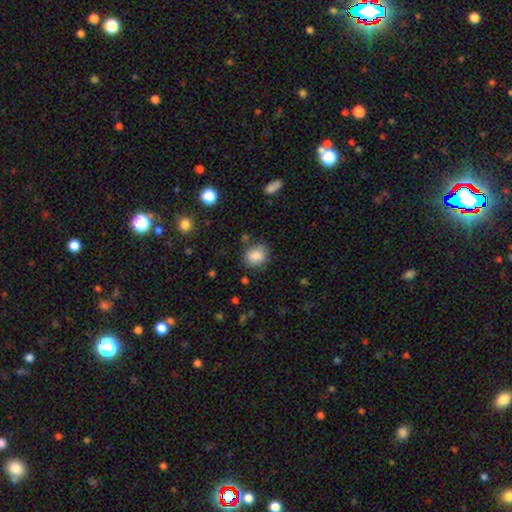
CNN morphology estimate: This is clearly a smooth galaxy (84%). How rounded: possibly round (58%). Merging: likely none (76%).